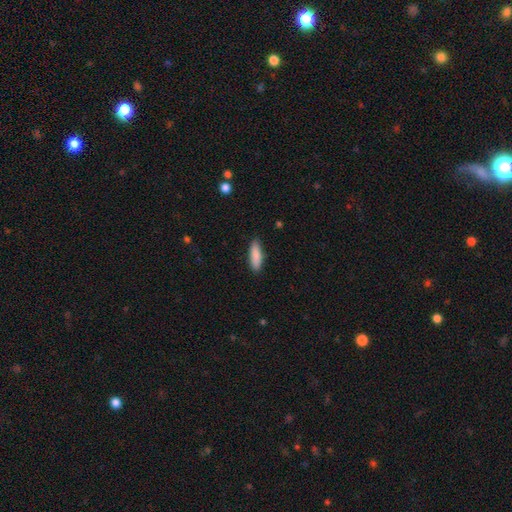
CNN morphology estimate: A smooth galaxy with no disk features (86%) that is cigar-shaped (59%). Merging: none (86%).